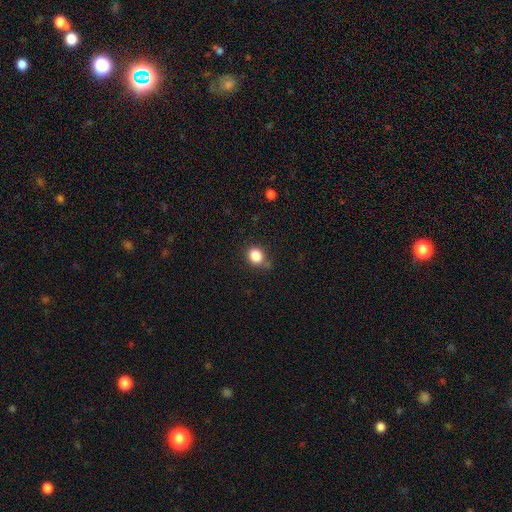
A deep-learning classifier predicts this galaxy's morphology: Smooth or featured?
  - smooth: 85% *
  - star or artifact: 11%
  - featured or disk: 4%
How rounded?
  - round: 63% *
  - in between: 36%
  - cigar-shaped: 1%
Merging?
  - none: 72% *
  - minor disturbance: 20%
  - major disturbance: 5%
  - merger: 4%